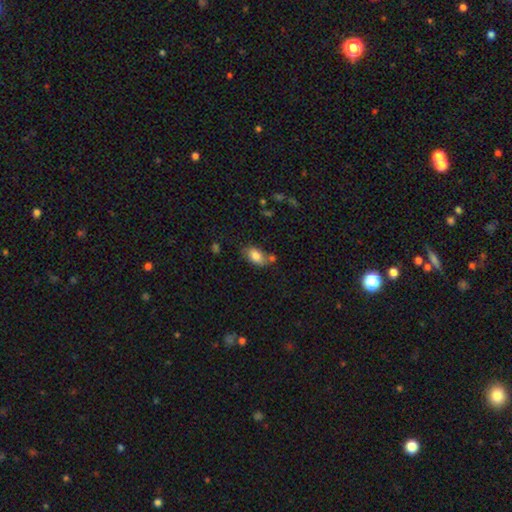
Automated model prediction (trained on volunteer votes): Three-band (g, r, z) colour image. It shows a smooth galaxy with no disk features (81%) that is in between round and cigar-shaped (88%). Merging: none (61%).